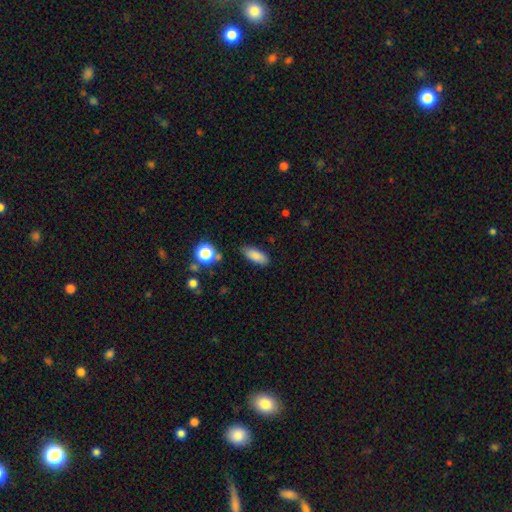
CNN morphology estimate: Overall: smooth (84%). How rounded: in between (74%). Merging: none (80%).